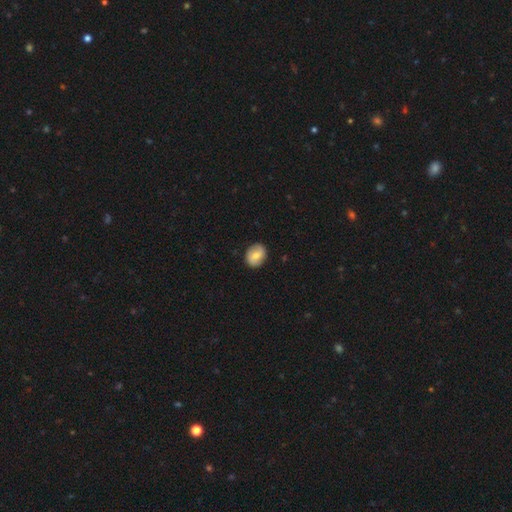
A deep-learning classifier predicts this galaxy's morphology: This appears to be a smooth galaxy with no disk features (70%) that is in between round and cigar-shaped (51%). Merging: none (86%).